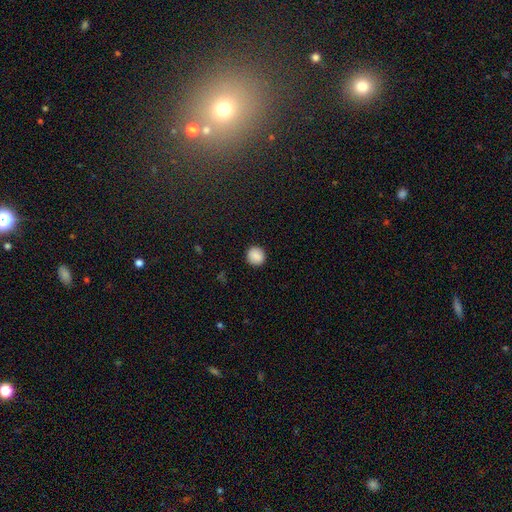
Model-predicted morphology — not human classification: This appears to be a smooth galaxy with no disk features (89%) that is round (90%). Merging: none (91%).